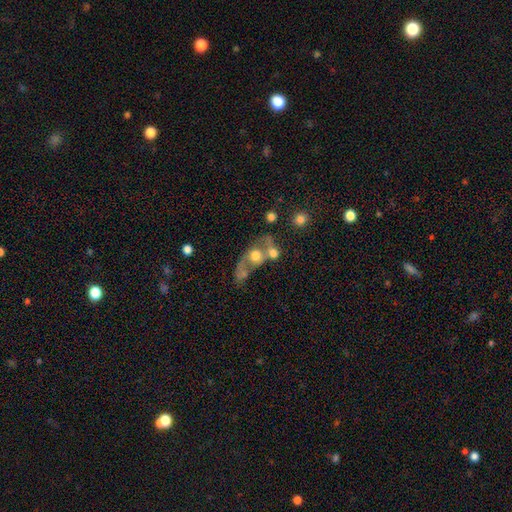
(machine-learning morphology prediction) Q: Smooth or featured?
A: smooth (46%); runner-up: featured or disk (43%)
Q: Merging?
A: merger (55%); runner-up: none (22%)